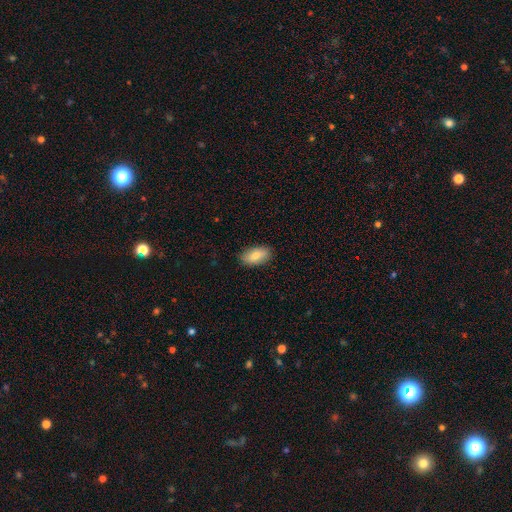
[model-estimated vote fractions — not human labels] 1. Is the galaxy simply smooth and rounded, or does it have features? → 81% smooth, 12% featured or disk, 7% star or artifact.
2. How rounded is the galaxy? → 91% in between, 5% cigar-shaped, 3% round.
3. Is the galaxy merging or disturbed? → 87% none, 10% minor disturbance, 2% major disturbance, 1% merger.